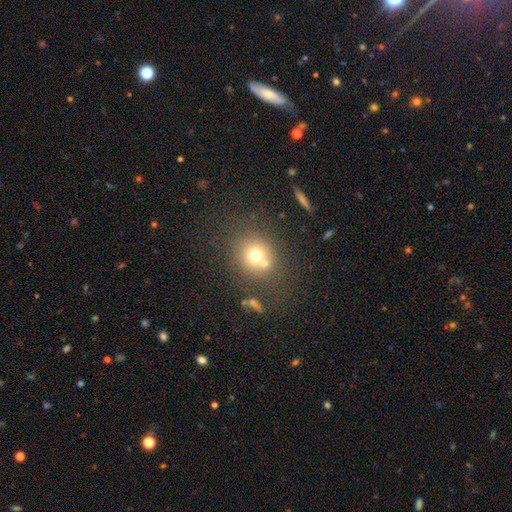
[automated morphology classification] Smooth or featured: smooth — 68% (featured or disk — 16%)
How rounded: round — 84% (in between — 15%)
Merging: none — 58% (merger — 26%)